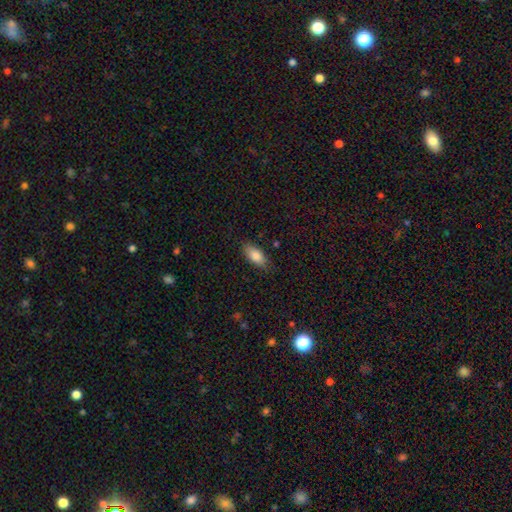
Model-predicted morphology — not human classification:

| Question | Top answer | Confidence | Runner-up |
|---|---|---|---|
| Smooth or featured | smooth | 83% | featured or disk (10%) |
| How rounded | in between | 88% | cigar-shaped (10%) |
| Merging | none | 82% | minor disturbance (14%) |